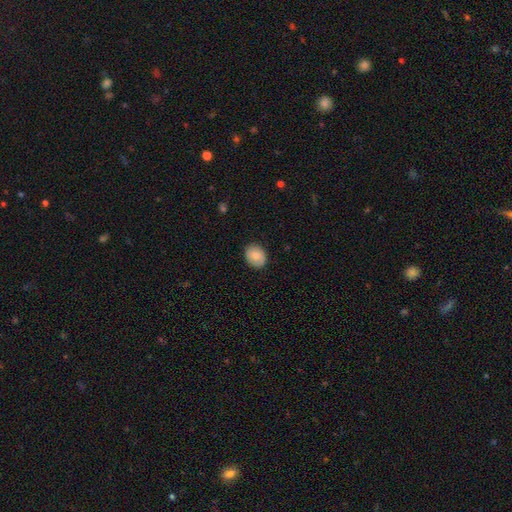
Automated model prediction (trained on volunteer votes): Smooth or featured? smooth (76%)
How rounded? round (59%)
Merging? none (86%)